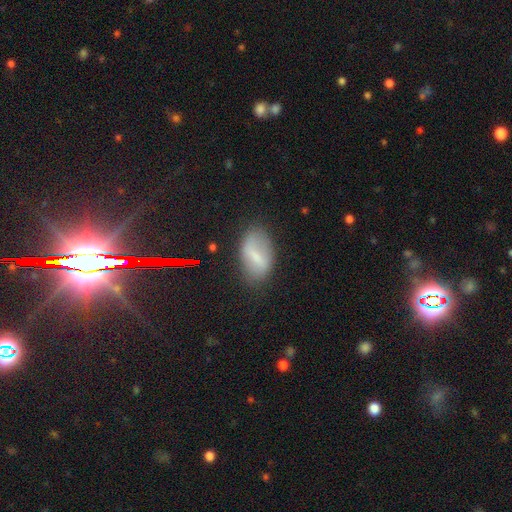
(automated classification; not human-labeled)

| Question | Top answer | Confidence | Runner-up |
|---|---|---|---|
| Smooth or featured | smooth | 57% | featured or disk (32%) |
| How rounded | in between | 91% | round (6%) |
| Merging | none | 71% | minor disturbance (20%) |